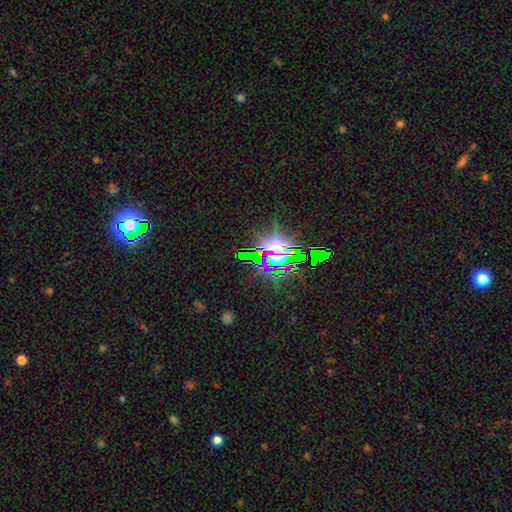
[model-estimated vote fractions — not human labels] Morphology: type=star or artifact (78%).